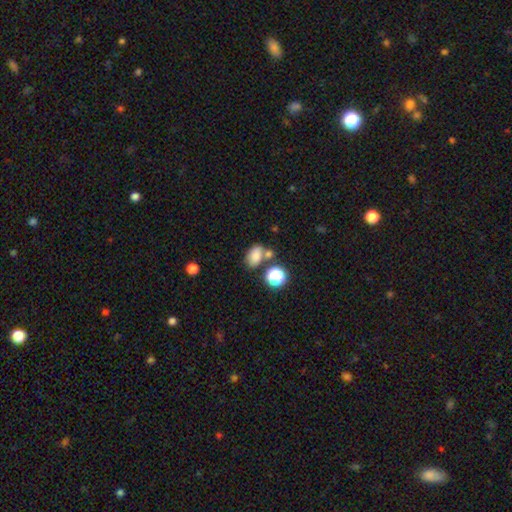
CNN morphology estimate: Smooth or featured: smooth — 79% (star or artifact — 13%)
How rounded: in between — 80% (round — 18%)
Merging: none — 60% (merger — 21%)